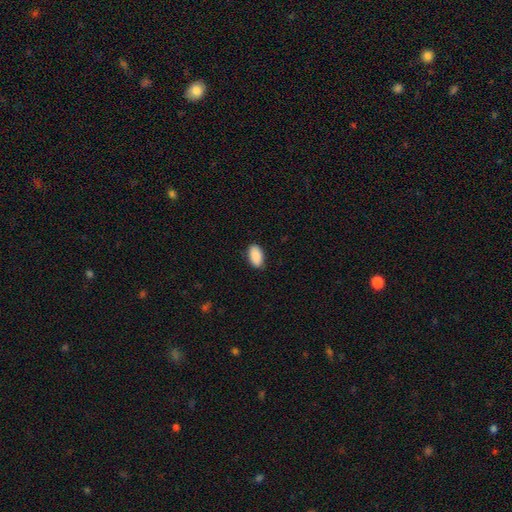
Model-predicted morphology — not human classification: Overall: smooth (91%). How rounded: in between (95%). Merging: none (87%).